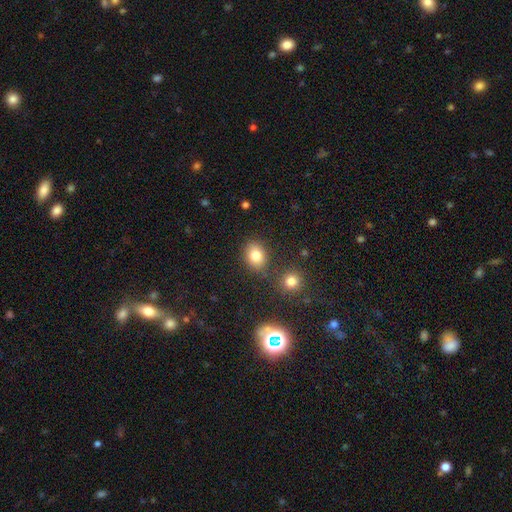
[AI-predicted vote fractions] A smooth galaxy with no disk features (81%) that is in between round and cigar-shaped (54%).

Vote fractions:
- Smooth or featured? smooth: 81% / star or artifact: 12% / featured or disk: 7%
- How rounded? in between: 54% / round: 45% / cigar-shaped: 1%
- Merging? none: 79% / minor disturbance: 11% / merger: 7% / major disturbance: 4%